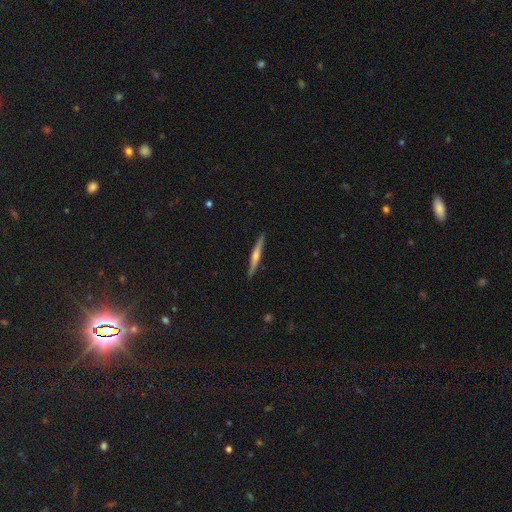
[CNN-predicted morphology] A featured or disk galaxy (64%) viewed edge-on (98%) with a rounded central bulge (78%). Merging: none (91%).